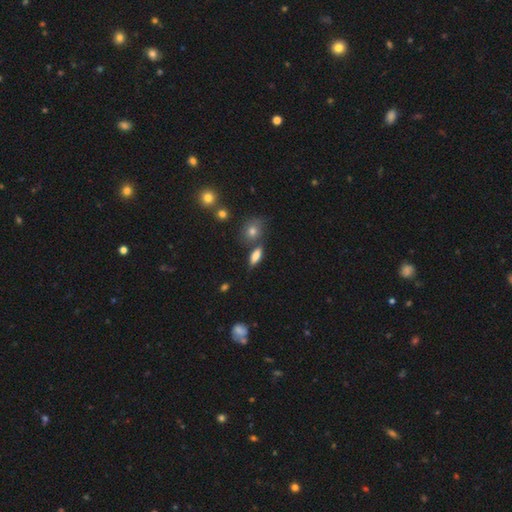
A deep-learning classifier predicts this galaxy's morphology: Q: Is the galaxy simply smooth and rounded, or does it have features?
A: smooth — 75%.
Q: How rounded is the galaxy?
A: in between — 64%.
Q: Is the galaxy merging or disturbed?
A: none — 67%.